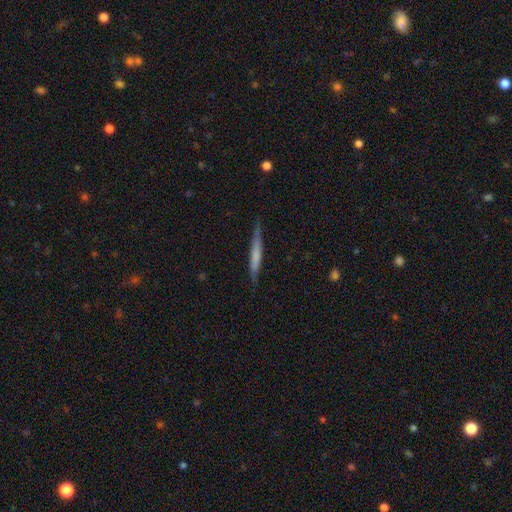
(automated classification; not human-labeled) Smooth or featured?
  - smooth: 57% *
  - featured or disk: 37%
  - star or artifact: 6%
How rounded?
  - cigar-shaped: 95% *
  - in between: 3%
  - round: 1%
Merging?
  - none: 82% *
  - minor disturbance: 14%
  - major disturbance: 3%
  - merger: 2%